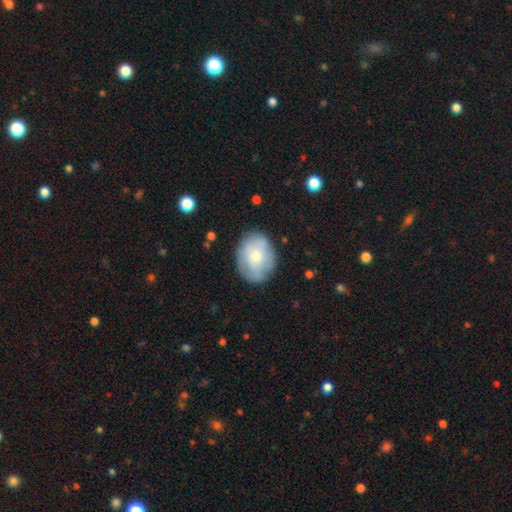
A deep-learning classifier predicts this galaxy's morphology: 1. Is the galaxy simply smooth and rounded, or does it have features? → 63% smooth, 30% featured or disk, 7% star or artifact.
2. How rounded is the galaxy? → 50% in between, 49% round, 1% cigar-shaped.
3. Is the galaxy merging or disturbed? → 76% none, 17% minor disturbance, 5% major disturbance, 1% merger.